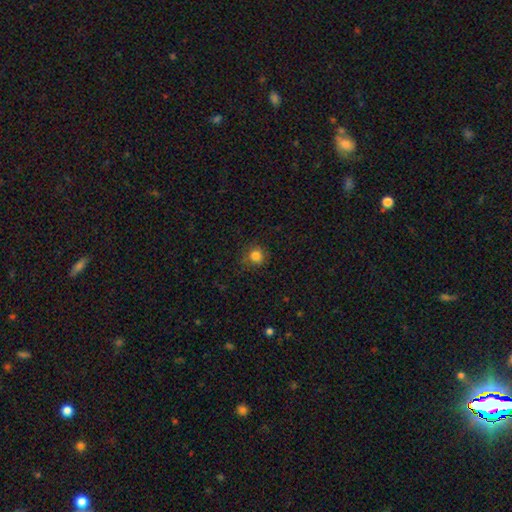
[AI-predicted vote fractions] Smooth or featured: smooth — 83% (star or artifact — 12%)
How rounded: round — 90% (in between — 9%)
Merging: none — 83% (minor disturbance — 12%)